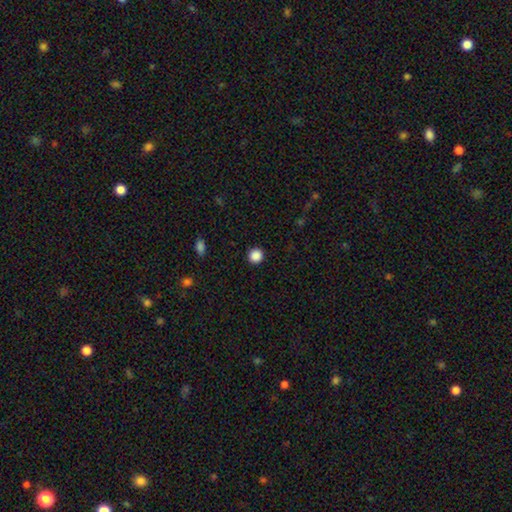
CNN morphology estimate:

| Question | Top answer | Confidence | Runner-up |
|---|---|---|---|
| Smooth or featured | smooth | 88% | star or artifact (10%) |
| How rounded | round | 94% | in between (5%) |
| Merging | none | 93% | minor disturbance (5%) |